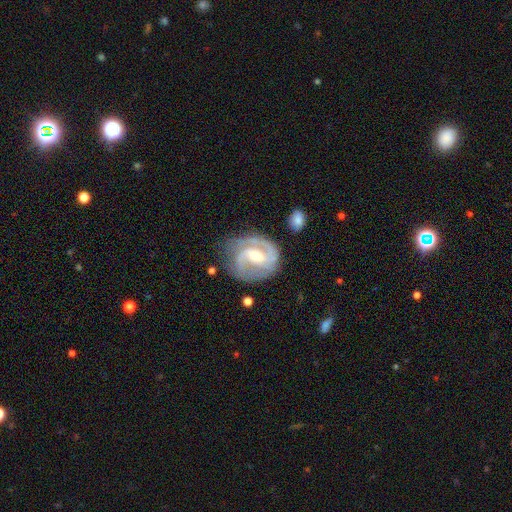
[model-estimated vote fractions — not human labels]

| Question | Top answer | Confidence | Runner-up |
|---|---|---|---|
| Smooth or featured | featured or disk | 88% | smooth (8%) |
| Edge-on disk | no | 98% | yes (2%) |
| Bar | weak | 50% | no (27%) |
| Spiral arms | yes | 96% | no (4%) |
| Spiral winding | medium | 48% | tight (40%) |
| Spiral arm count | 2 | 77% | can't tell (7%) |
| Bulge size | moderate | 57% | small (38%) |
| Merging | none | 69% | minor disturbance (20%) |